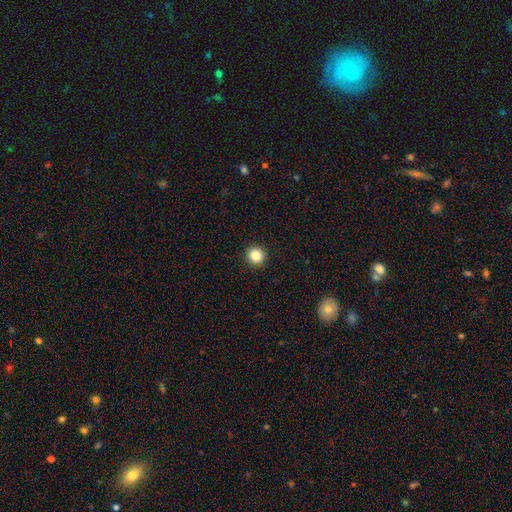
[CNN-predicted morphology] smooth 86%, star or artifact 10%, featured or disk 4%. Down the decision tree: how rounded — round (93%); merging — none (93%).